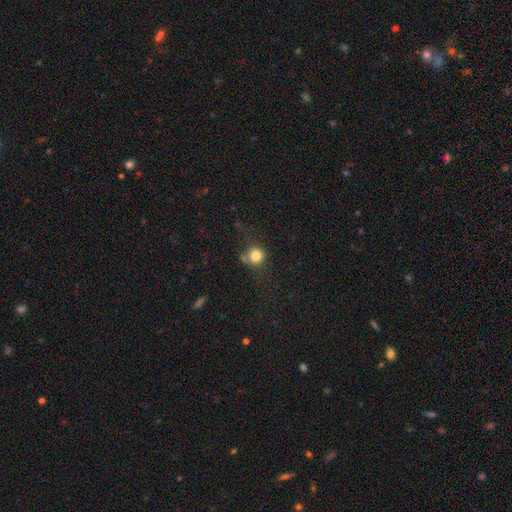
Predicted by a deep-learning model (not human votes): Smooth or featured? Predicted: smooth (p=0.82). How rounded? Predicted: round (p=0.88). Merging? Predicted: none (p=0.66).